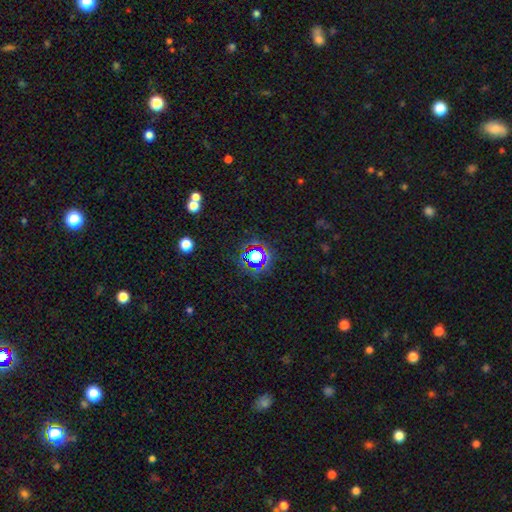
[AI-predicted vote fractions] Smooth or featured? Predicted: star or artifact (p=0.67).